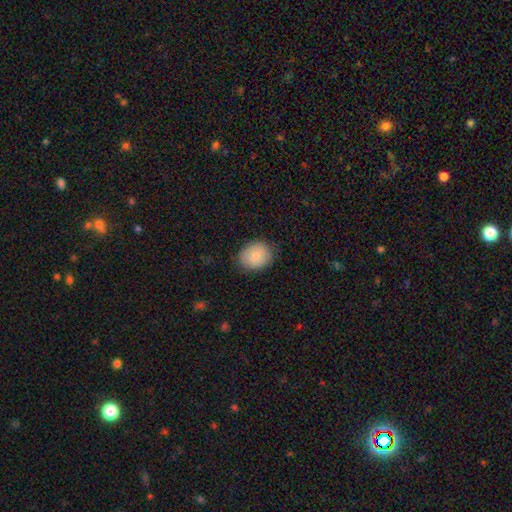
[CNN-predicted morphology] This is clearly a smooth galaxy (85%). How rounded: possibly round (54%). Merging: clearly none (81%).